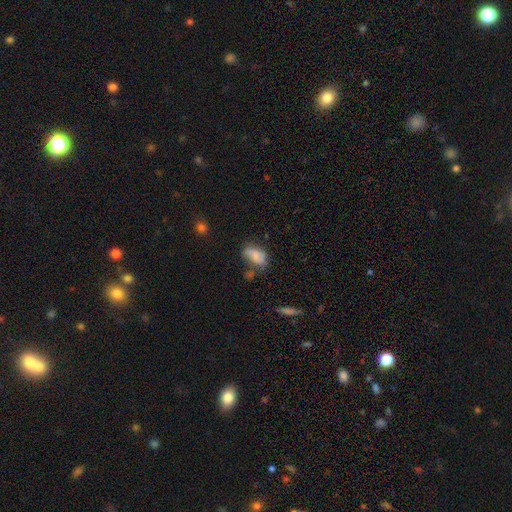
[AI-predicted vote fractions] smooth-or-featured: smooth: 66% | featured or disk: 25% | star or artifact: 10%
  how-rounded: in between: 89% | round: 7% | cigar-shaped: 4%
  merging: none: 44% | minor disturbance: 31% | major disturbance: 14% | merger: 11%